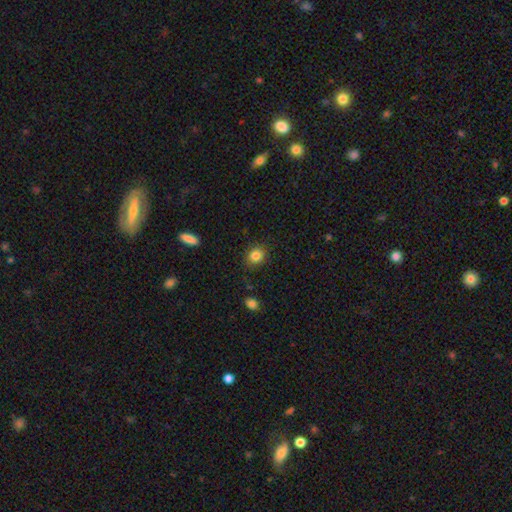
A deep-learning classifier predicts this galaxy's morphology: This is clearly a smooth galaxy (85%). How rounded: likely round (65%). Merging: clearly none (86%).